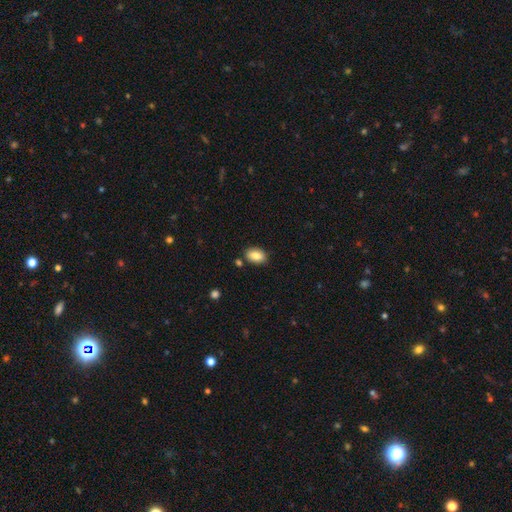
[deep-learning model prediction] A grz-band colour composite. It shows a smooth galaxy with no disk features (84%) that is in between round and cigar-shaped (89%). Merging: none (82%).